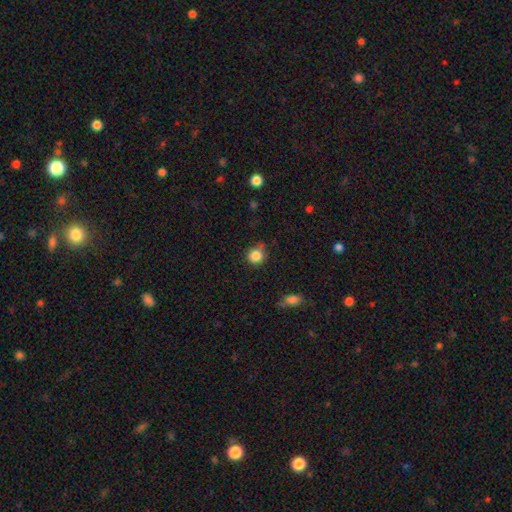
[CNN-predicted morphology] smooth-or-featured: smooth: 85% | star or artifact: 11% | featured or disk: 4%
  how-rounded: round: 89% | in between: 10% | cigar-shaped: 1%
  merging: none: 73% | minor disturbance: 18% | merger: 5% | major disturbance: 4%